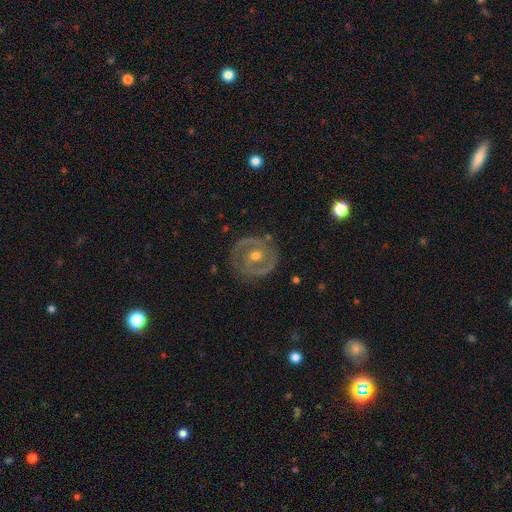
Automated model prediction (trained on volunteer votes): Overall: featured or disk (82%). Edge-on disk: no (97%). Bar: no (51%; weak 35%). Spiral arms: yes (78%). Spiral arm count: 2 (76%). Spiral winding: tight (52%; medium 38%). Bulge size: moderate (72%). Merging: none (81%).